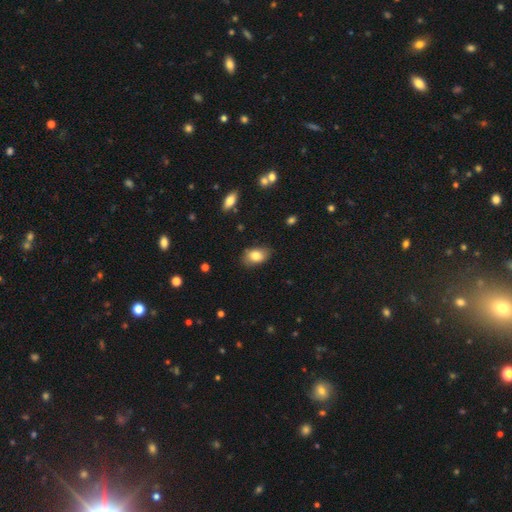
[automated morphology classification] smooth-or-featured: smooth: 82% | featured or disk: 10% | star or artifact: 8%
  how-rounded: in between: 88% | round: 11% | cigar-shaped: 2%
  merging: none: 81% | minor disturbance: 15% | major disturbance: 3% | merger: 1%